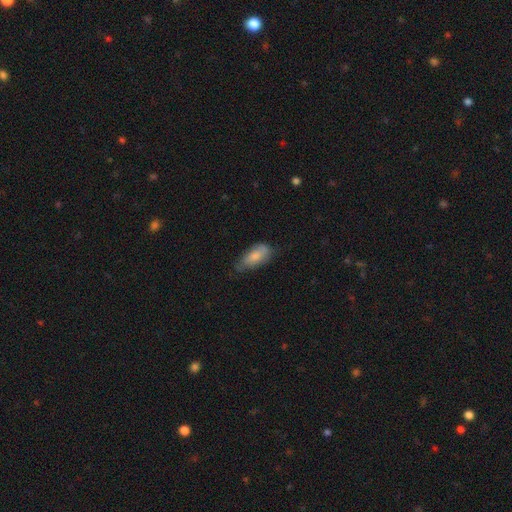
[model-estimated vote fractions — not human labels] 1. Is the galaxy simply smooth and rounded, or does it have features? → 76% smooth, 18% featured or disk, 6% star or artifact.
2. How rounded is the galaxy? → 87% in between, 11% cigar-shaped, 3% round.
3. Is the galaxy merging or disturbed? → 48% none, 39% minor disturbance, 10% major disturbance, 2% merger.